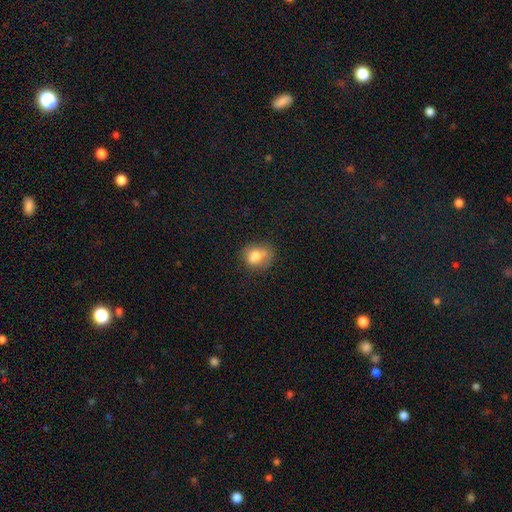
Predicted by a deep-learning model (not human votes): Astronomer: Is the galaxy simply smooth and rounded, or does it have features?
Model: smooth — 75%.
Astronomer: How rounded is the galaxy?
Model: in between — 50% (runner-up: round, 49%).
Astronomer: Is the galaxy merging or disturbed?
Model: none — 46% (runner-up: minor disturbance, 28%).